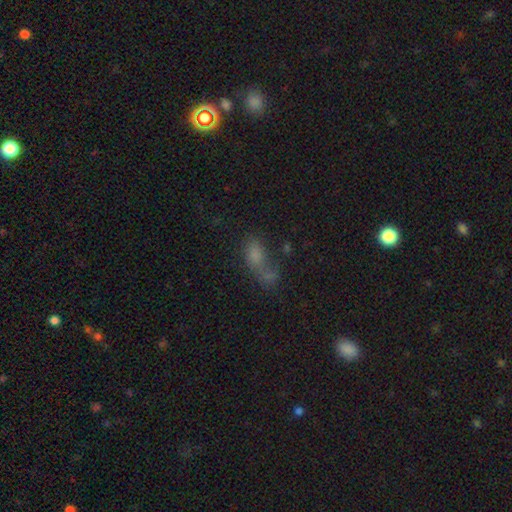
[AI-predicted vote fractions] Smooth or featured: smooth — 68% (star or artifact — 17%)
How rounded: in between — 79% (round — 13%)
Merging: merger — 50% (none — 24%)